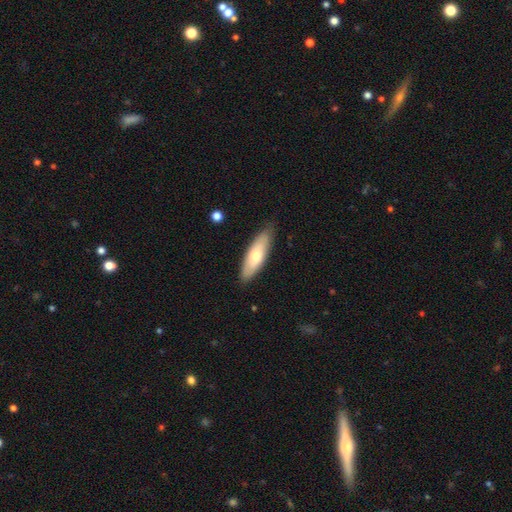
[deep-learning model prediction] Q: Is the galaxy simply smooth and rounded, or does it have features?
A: smooth — 65%.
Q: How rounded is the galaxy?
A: in between — 57%.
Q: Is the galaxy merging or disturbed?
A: none — 83%.